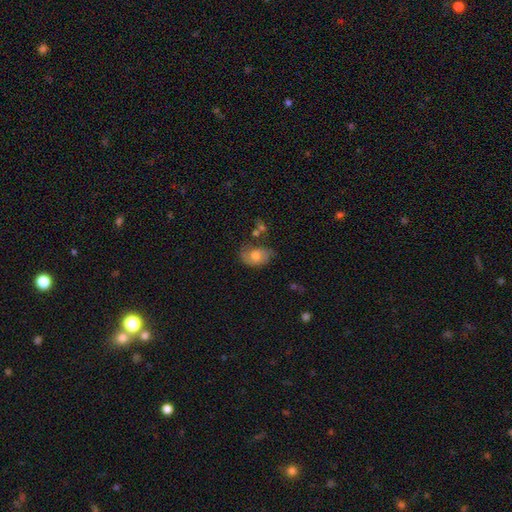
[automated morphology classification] Smooth or featured? Predicted: smooth (p=0.51). How rounded? Predicted: in between (p=0.79). Merging? Predicted: none (p=0.54).